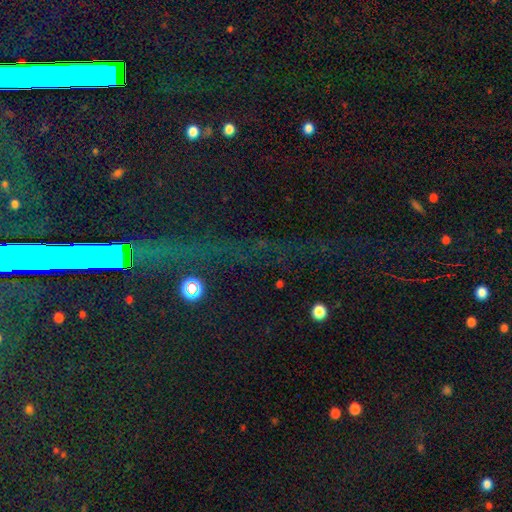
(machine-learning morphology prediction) smooth-or-featured: star or artifact: 75% | smooth: 13% | featured or disk: 12%